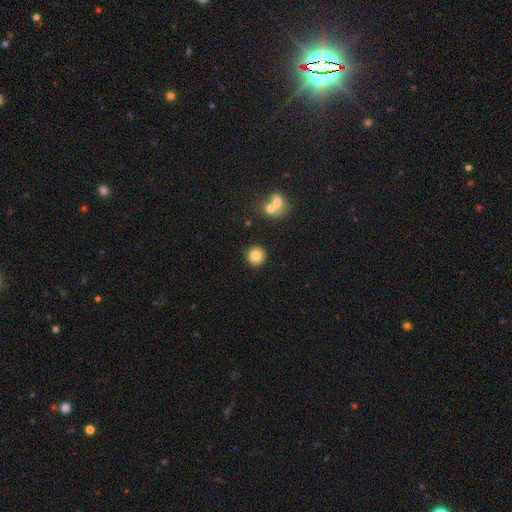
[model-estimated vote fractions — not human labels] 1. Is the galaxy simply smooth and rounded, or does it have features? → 82% smooth, 10% star or artifact, 8% featured or disk.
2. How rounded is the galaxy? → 94% round, 5% in between, 1% cigar-shaped.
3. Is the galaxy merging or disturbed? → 89% none, 5% minor disturbance, 3% merger, 2% major disturbance.